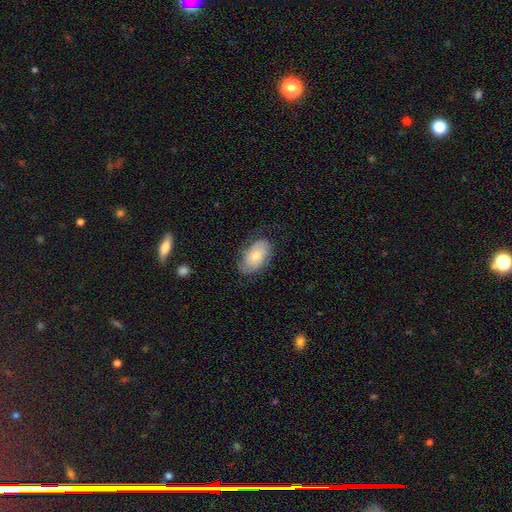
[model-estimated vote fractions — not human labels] A smooth galaxy with no disk features (64%) that is in between round and cigar-shaped (94%).

Vote fractions:
- Smooth or featured? smooth: 64% / featured or disk: 30% / star or artifact: 6%
- How rounded? in between: 94% / round: 5% / cigar-shaped: 2%
- Merging? none: 67% / minor disturbance: 23% / major disturbance: 9% / merger: 1%